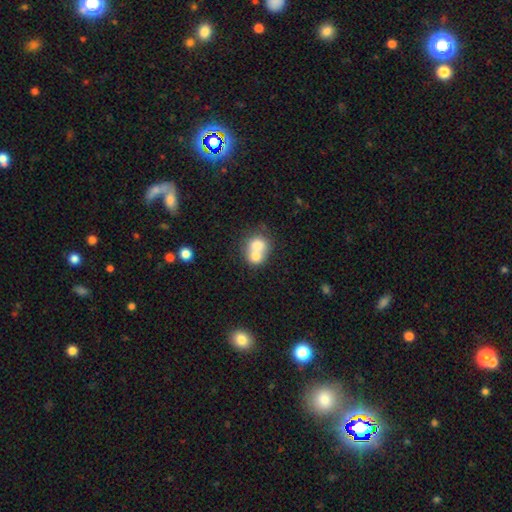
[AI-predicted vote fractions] The model was most divided on "how rounded": round: 71%, in between: 28%, cigar-shaped: 1%. More confident: smooth or featured — smooth (72%); merging — merger (70%).